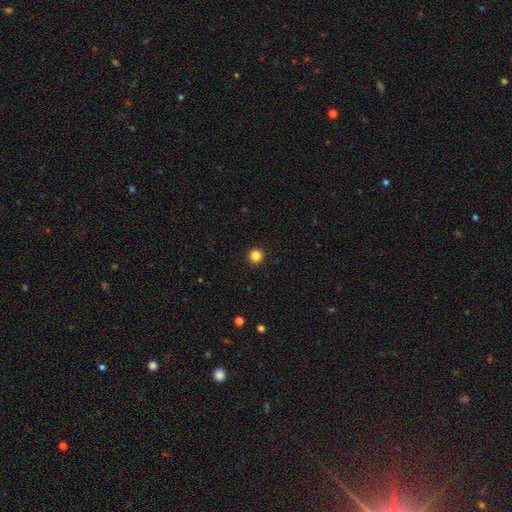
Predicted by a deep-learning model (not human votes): Smooth or featured? Predicted: smooth (p=0.85). How rounded? Predicted: round (p=0.95). Merging? Predicted: none (p=0.93).